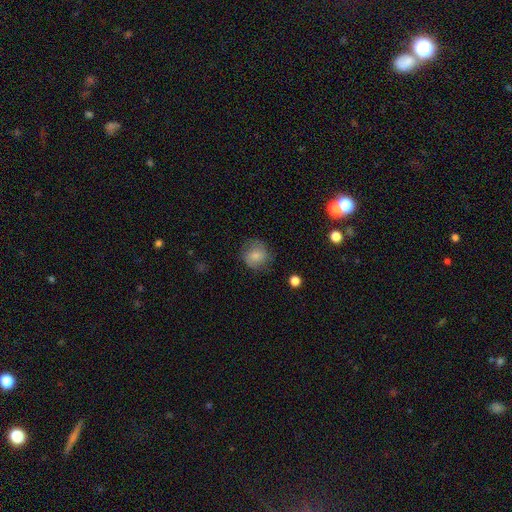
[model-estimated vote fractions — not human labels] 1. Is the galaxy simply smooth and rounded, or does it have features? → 70% smooth, 21% featured or disk, 9% star or artifact.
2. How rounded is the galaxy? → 85% round, 14% in between, 1% cigar-shaped.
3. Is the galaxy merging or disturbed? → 72% none, 20% minor disturbance, 7% major disturbance, 1% merger.